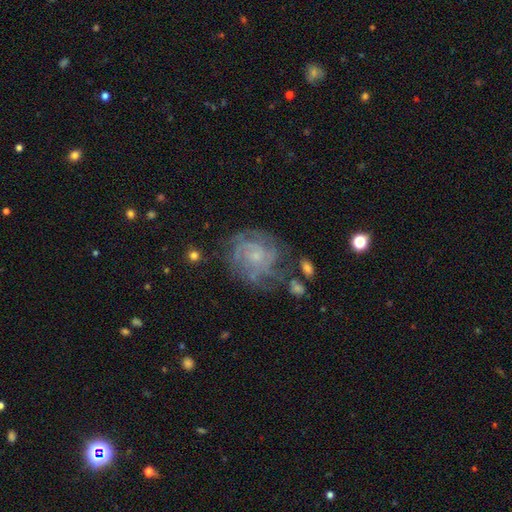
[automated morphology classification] smooth-or-featured: featured or disk: 72% | smooth: 16% | star or artifact: 12%
  disk-edge-on: no: 98% | yes: 2%
    bar: no: 73% | weak: 23% | strong: 4%
    has-spiral-arms: yes: 89% | no: 11%
      spiral-winding: tight: 64% | medium: 28% | loose: 8%
      spiral-arm-count: can't tell: 44% | 3: 16% | 2: 14% | 4: 13% | more than 4: 7% | 1: 6%
    bulge-size: small: 69% | moderate: 21% | none: 7% | large: 2% | dominant: 1%
  merging: none: 66% | minor disturbance: 18% | major disturbance: 11% | merger: 4%